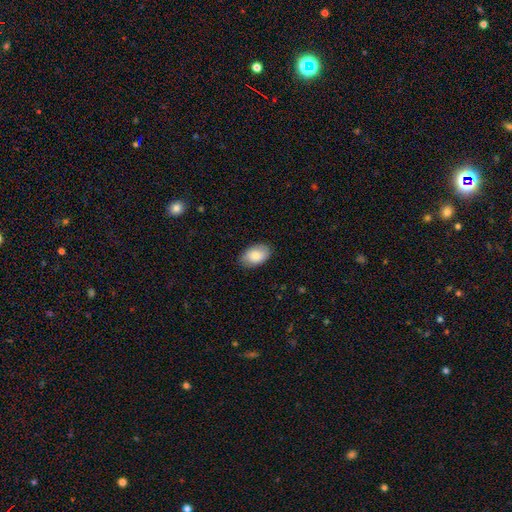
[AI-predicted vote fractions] smooth_or_featured: smooth (p=0.83) [alt: featured or disk p=0.10]
how_rounded: in between (p=0.91) [alt: round p=0.08]
merging: none (p=0.84) [alt: minor disturbance p=0.12]